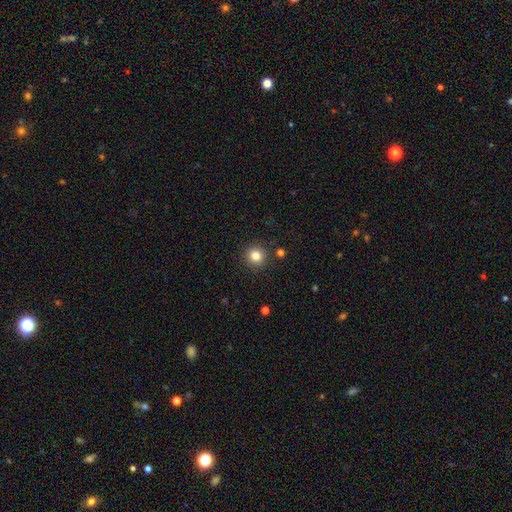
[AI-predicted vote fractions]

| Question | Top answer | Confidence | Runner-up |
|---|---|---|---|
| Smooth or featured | smooth | 82% | star or artifact (12%) |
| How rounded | round | 94% | in between (5%) |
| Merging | none | 90% | minor disturbance (6%) |